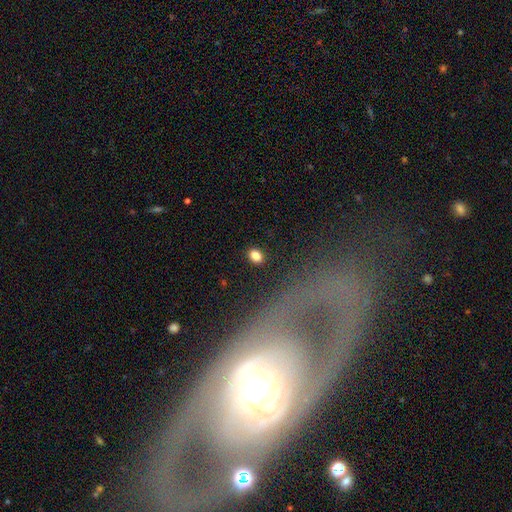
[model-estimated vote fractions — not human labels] A smooth galaxy with no disk features (83%) that is in between round and cigar-shaped (59%). Merging: none (88%).